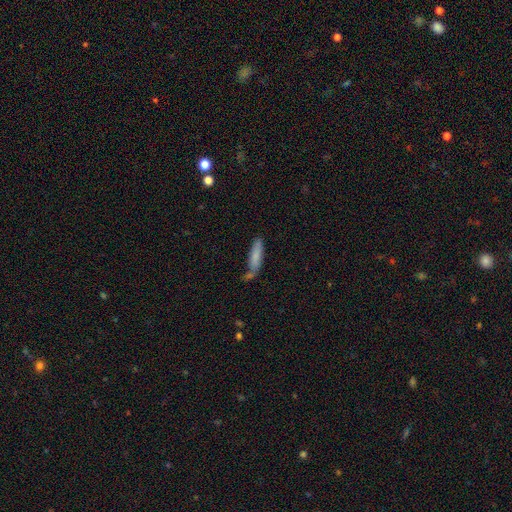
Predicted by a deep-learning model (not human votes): A smooth galaxy with no disk features (78%) that is cigar-shaped (72%). Merging: none (55%).